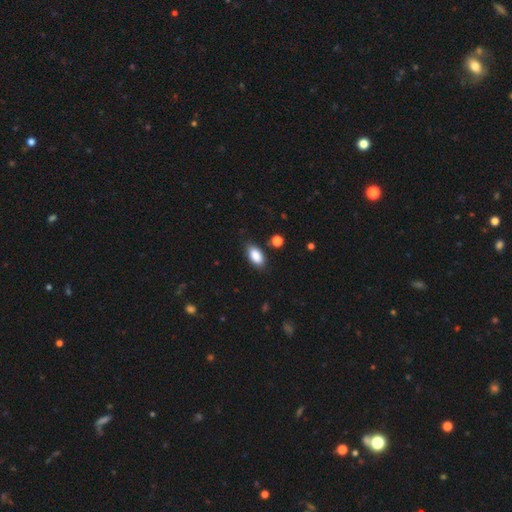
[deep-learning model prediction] smooth 88%, star or artifact 7%, featured or disk 5%. Down the decision tree: how rounded — in between (92%); merging — none (81%).